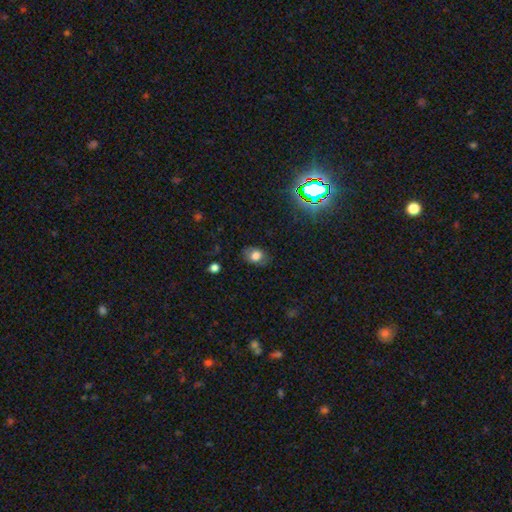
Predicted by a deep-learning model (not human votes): Overall: smooth (70%). How rounded: in between (71%). Merging: none (79%).